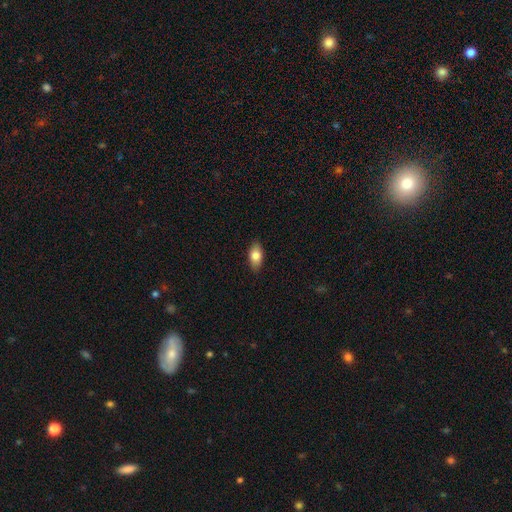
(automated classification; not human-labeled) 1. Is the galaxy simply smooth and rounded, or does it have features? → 80% smooth, 13% featured or disk, 7% star or artifact.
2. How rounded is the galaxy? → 89% in between, 6% cigar-shaped, 5% round.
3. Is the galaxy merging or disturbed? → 87% none, 10% minor disturbance, 2% major disturbance, 1% merger.